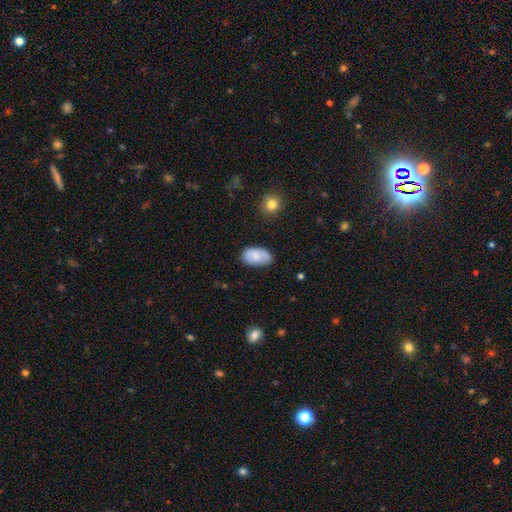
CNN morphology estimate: This is likely a smooth galaxy (78%). How rounded: clearly in between (94%). Merging: likely none (61%).